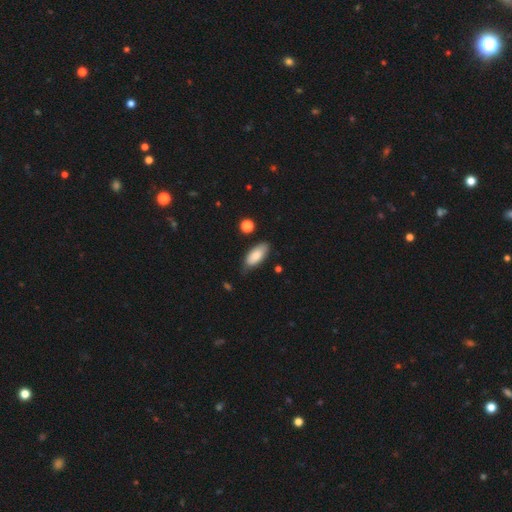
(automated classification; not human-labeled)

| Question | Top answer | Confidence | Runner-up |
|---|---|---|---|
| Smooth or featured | smooth | 82% | featured or disk (11%) |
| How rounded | in between | 86% | cigar-shaped (12%) |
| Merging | none | 74% | minor disturbance (20%) |